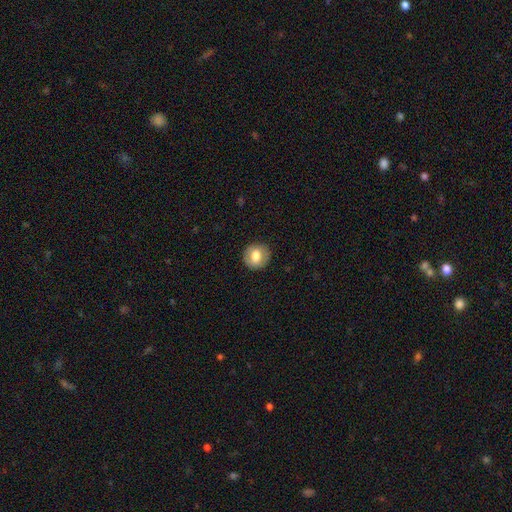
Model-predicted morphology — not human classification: Q: Smooth or featured?
A: smooth (71%); runner-up: featured or disk (21%)
Q: How rounded?
A: round (85%); runner-up: in between (14%)
Q: Merging?
A: none (87%); runner-up: minor disturbance (9%)